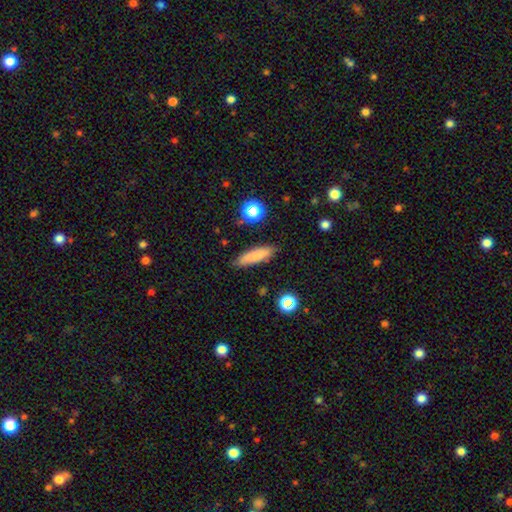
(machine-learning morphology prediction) This appears to be a smooth galaxy with no disk features (81%) that is cigar-shaped (65%). Merging: none (85%).